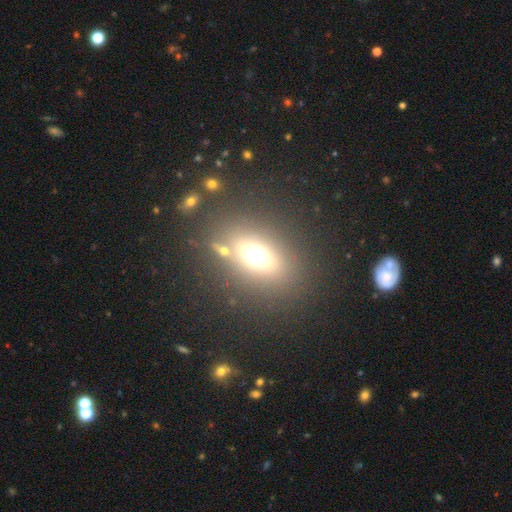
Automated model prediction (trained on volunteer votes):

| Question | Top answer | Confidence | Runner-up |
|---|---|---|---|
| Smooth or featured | smooth | 55% | star or artifact (25%) |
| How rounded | in between | 62% | round (33%) |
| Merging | none | 77% | minor disturbance (10%) |